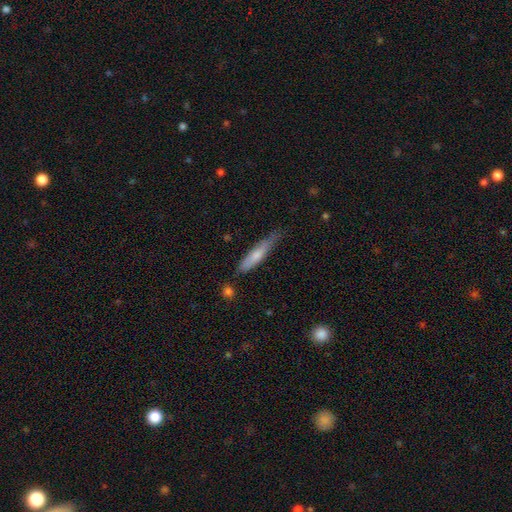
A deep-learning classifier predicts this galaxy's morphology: smooth 67%, featured or disk 27%, star or artifact 6%. Down the decision tree: how rounded — cigar-shaped (85%); merging — none (63%).